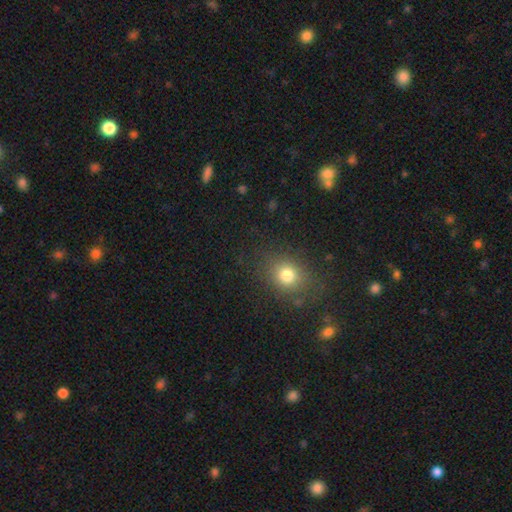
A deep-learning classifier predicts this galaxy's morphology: This appears to be a smooth galaxy with no disk features (67%) that is round (64%). Merging: none (88%).